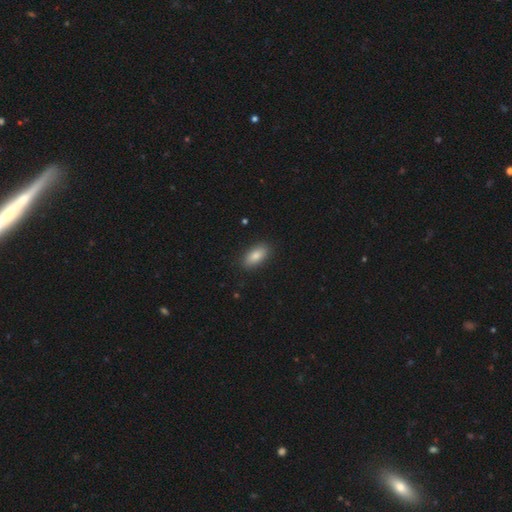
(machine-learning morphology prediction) smooth_or_featured: smooth (p=0.84) [alt: featured or disk p=0.09]
how_rounded: in between (p=0.89) [alt: cigar-shaped p=0.07]
merging: none (p=0.87) [alt: minor disturbance p=0.09]